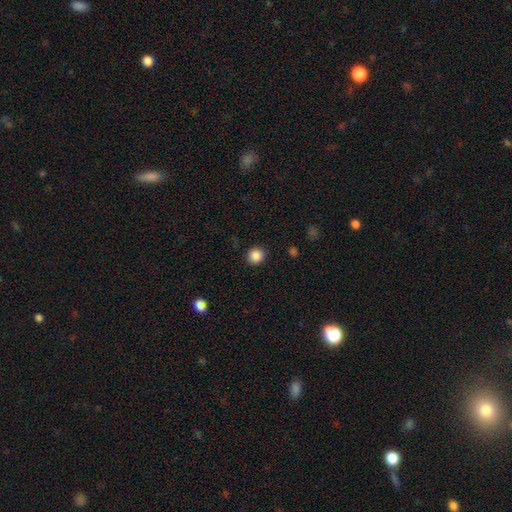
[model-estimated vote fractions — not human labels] Morphology: type=smooth (87%); roundness=round (91%); merging=none (90%).